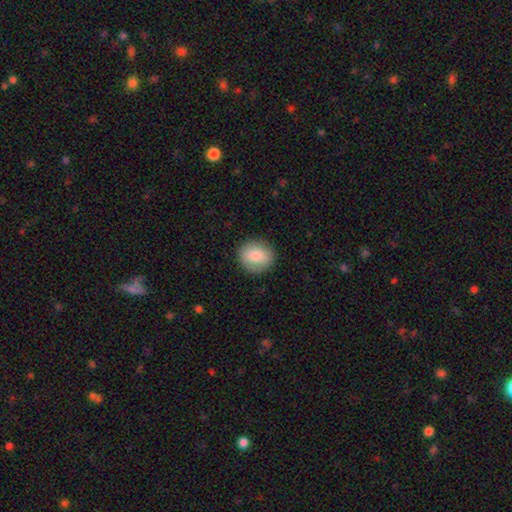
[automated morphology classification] smooth 82%, featured or disk 11%, star or artifact 7%. Down the decision tree: how rounded — round (74%); merging — none (88%).